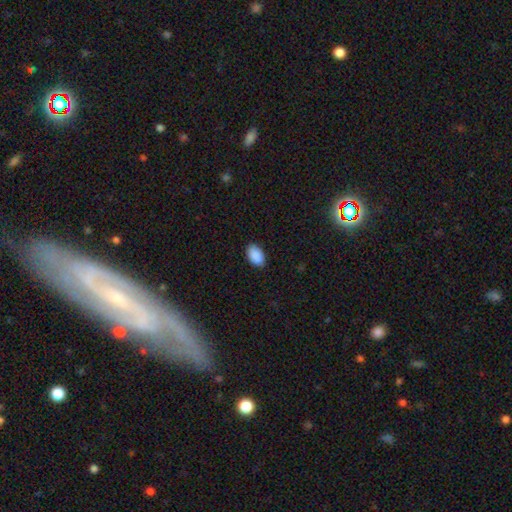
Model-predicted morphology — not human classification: Q: Smooth or featured?
A: smooth (90%); runner-up: star or artifact (7%)
Q: How rounded?
A: in between (93%); runner-up: round (6%)
Q: Merging?
A: none (86%); runner-up: minor disturbance (11%)